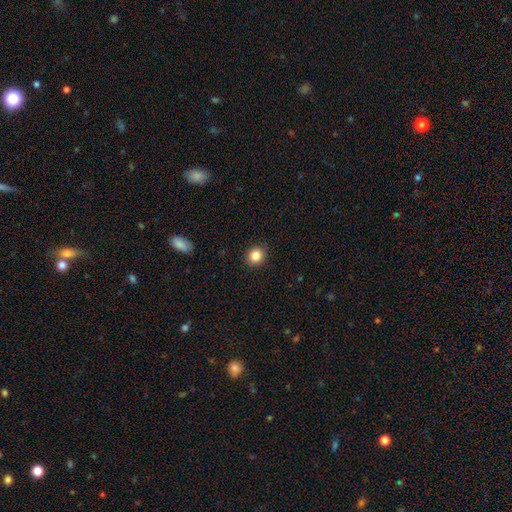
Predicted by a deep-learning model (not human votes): Smooth or featured: smooth — 85% (star or artifact — 10%)
How rounded: round — 79% (in between — 21%)
Merging: none — 88% (minor disturbance — 8%)